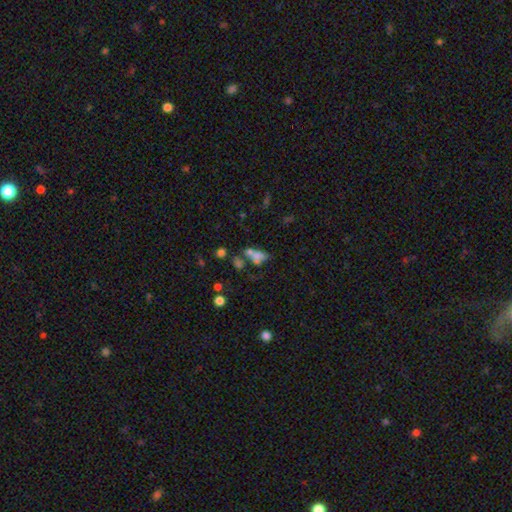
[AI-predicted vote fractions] Smooth or featured? smooth (59%)
How rounded? in between (74%)
Merging? merger (49%)